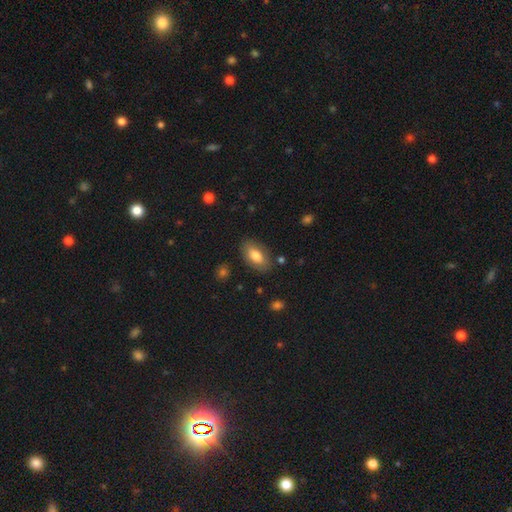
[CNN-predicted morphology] Smooth or featured: smooth — 79% (featured or disk — 14%)
How rounded: in between — 92% (round — 5%)
Merging: none — 83% (minor disturbance — 12%)